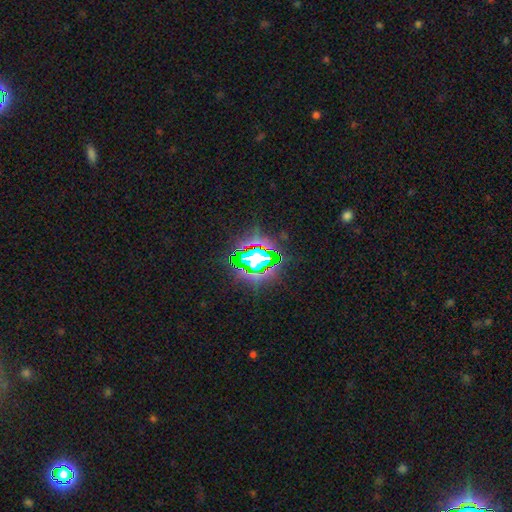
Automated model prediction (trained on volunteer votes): Overall: star or artifact (70%).